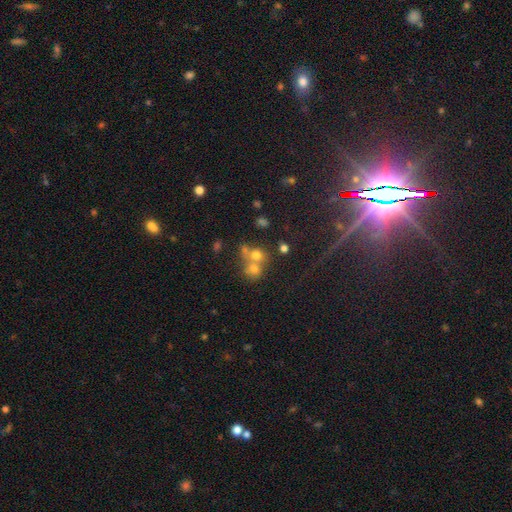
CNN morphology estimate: Smooth or featured: smooth — 63% (star or artifact — 20%)
How rounded: round — 78% (in between — 21%)
Merging: merger — 52% (none — 37%)